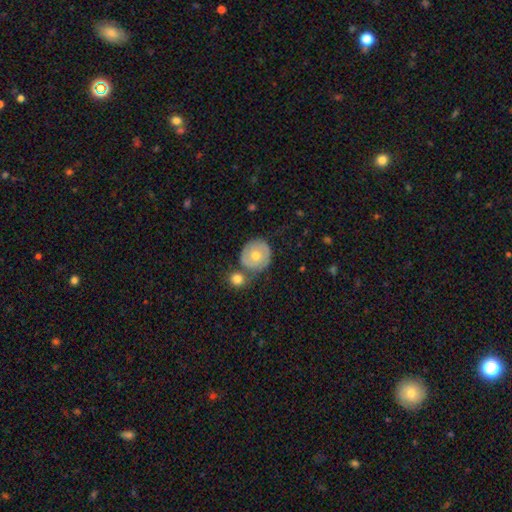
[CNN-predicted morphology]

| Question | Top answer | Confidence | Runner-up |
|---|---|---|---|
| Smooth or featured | smooth | 54% | featured or disk (39%) |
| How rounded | round | 86% | in between (13%) |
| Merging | none | 55% | merger (24%) |